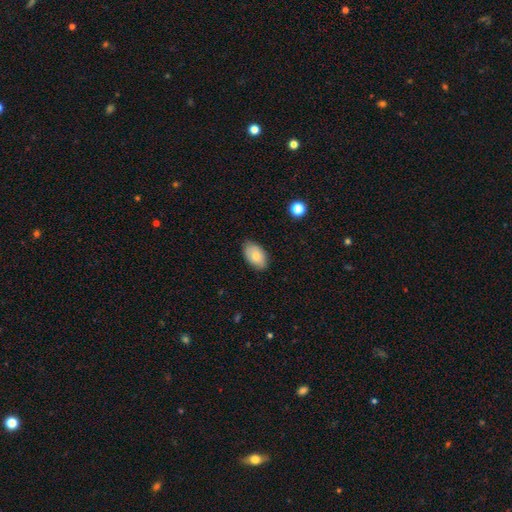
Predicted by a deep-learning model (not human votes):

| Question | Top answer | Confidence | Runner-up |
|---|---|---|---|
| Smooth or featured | smooth | 77% | featured or disk (16%) |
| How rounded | in between | 92% | round (6%) |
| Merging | none | 81% | minor disturbance (15%) |